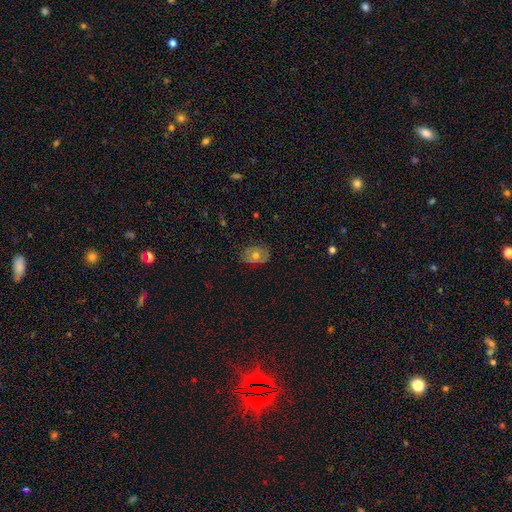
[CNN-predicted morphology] Smooth or featured: smooth — 46% (featured or disk — 42%)
Merging: none — 79% (minor disturbance — 16%)